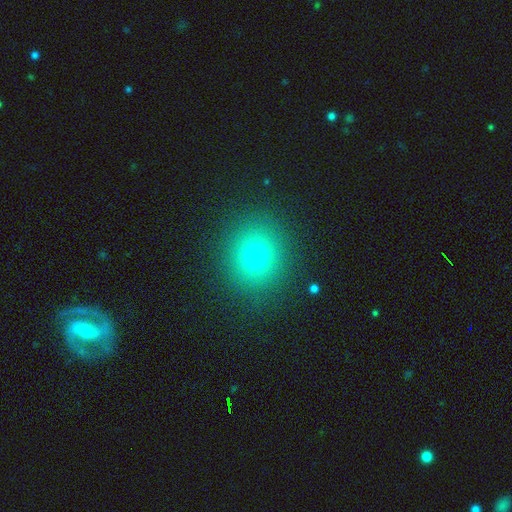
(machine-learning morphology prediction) A smooth galaxy with no disk features (71%) that is round (82%). Merging: none (88%).